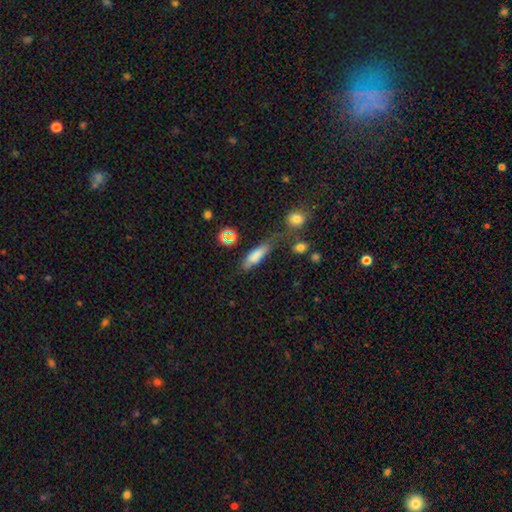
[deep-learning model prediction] The model was most divided on "how rounded": cigar-shaped: 56%, in between: 40%, round: 3%. More confident: smooth or featured — smooth (75%); merging — none (51%).